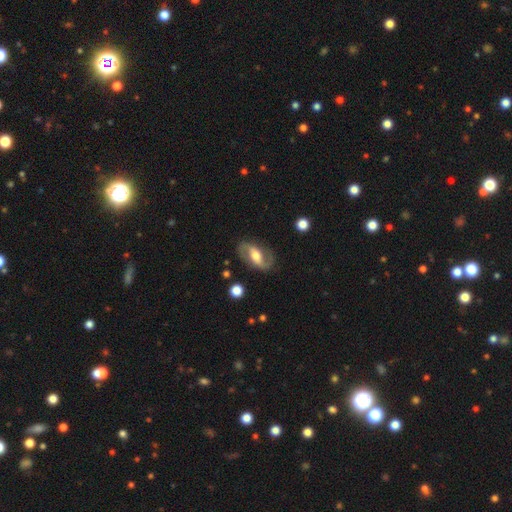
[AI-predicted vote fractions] Overall: featured or disk (80%). Edge-on disk: no (95%). Bar: weak (39%; strong 35%). Spiral arms: yes (91%). Spiral arm count: 2 (91%). Spiral winding: medium (43%; loose 42%). Bulge size: moderate (66%). Merging: none (80%).